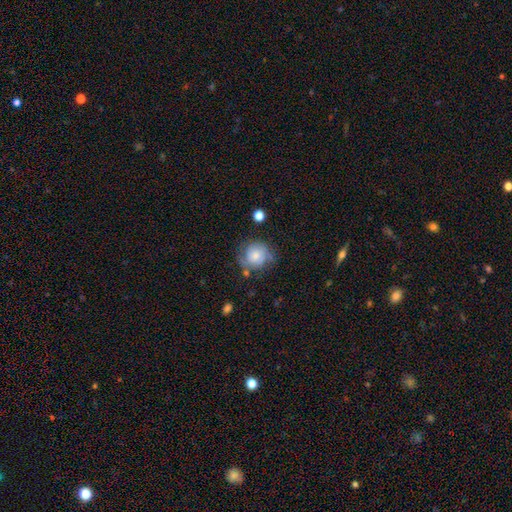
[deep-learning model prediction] A smooth galaxy with no disk features (47%).

Vote fractions:
- Smooth or featured? smooth: 47% / featured or disk: 45% / star or artifact: 9%
- Merging? none: 60% / minor disturbance: 24% / major disturbance: 11% / merger: 4%